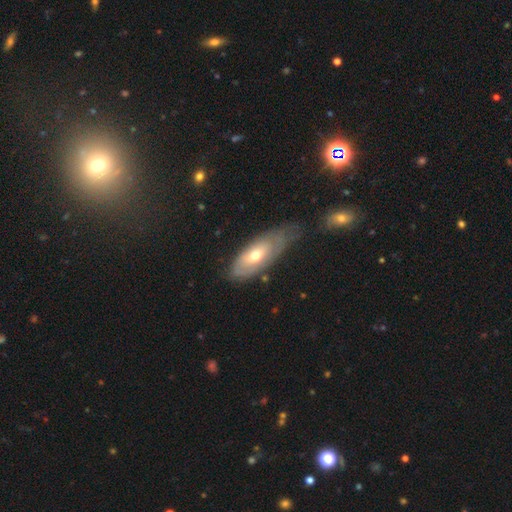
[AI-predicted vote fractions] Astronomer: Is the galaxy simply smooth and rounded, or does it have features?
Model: featured or disk — 50% (runner-up: smooth, 44%).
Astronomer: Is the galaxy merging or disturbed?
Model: none — 50% (runner-up: minor disturbance, 32%).